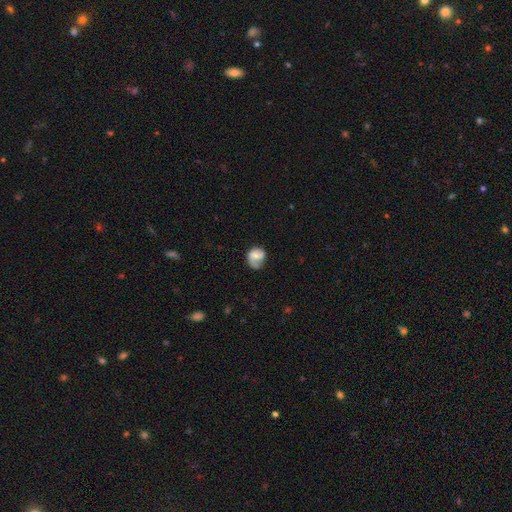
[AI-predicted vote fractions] The model was most divided on "merging": none: 46%, minor disturbance: 32%, major disturbance: 20%, merger: 3%. More confident: how rounded — round (63%); smooth or featured — smooth (56%).